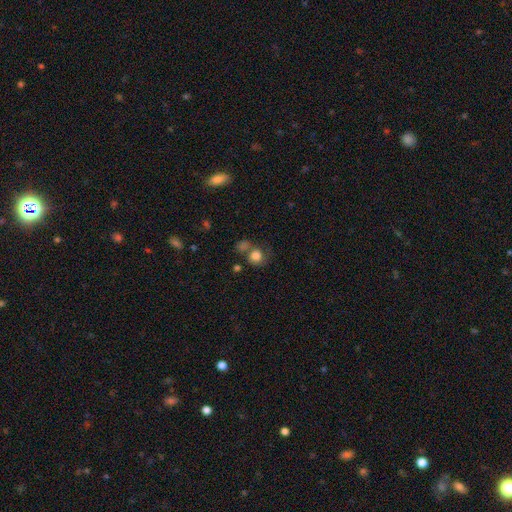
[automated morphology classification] A smooth galaxy with no disk features (78%) that is round (82%). Merging: none (48%).